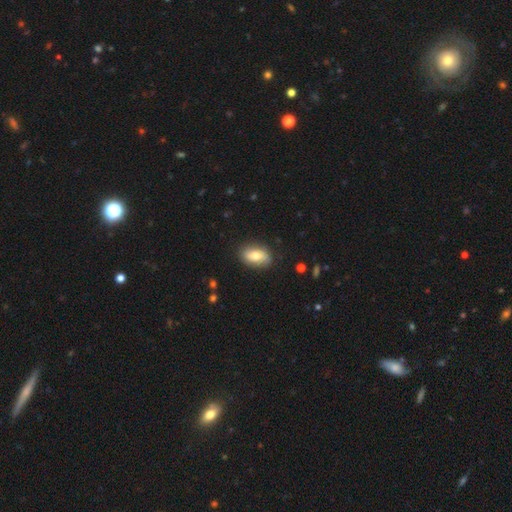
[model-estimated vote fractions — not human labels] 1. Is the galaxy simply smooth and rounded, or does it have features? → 70% smooth, 23% featured or disk, 6% star or artifact.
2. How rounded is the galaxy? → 88% in between, 7% round, 5% cigar-shaped.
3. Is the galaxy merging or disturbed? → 85% none, 12% minor disturbance, 3% major disturbance, 1% merger.